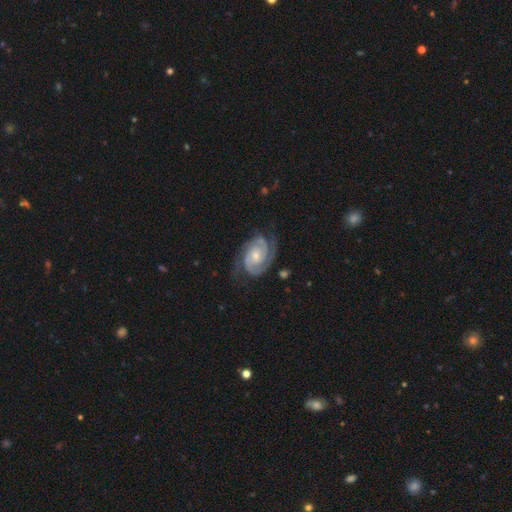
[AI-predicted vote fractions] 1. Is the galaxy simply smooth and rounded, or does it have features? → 90% featured or disk, 5% smooth, 4% star or artifact.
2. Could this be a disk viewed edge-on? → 97% no, 3% yes.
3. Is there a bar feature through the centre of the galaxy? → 67% no, 26% weak, 7% strong.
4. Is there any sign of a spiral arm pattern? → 98% yes, 2% no.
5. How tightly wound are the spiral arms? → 67% tight, 28% medium, 5% loose.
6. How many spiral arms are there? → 79% 2, 9% 3, 5% can't tell, 2% 1, 2% 4, 2% more than 4.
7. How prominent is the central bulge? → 48% small, 46% moderate, 3% none, 3% large, 1% dominant.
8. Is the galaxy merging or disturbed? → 73% none, 18% minor disturbance, 8% major disturbance, 1% merger.